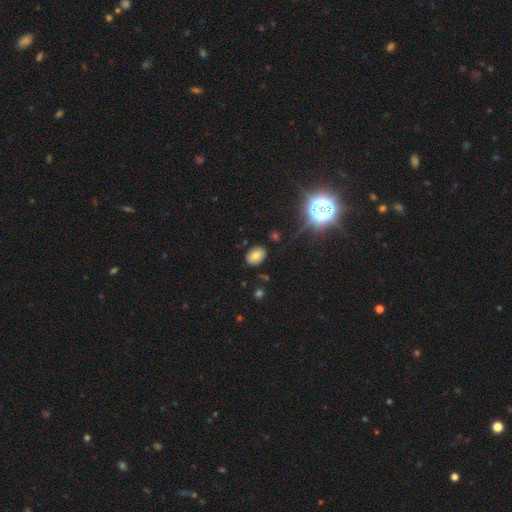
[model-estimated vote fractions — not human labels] A smooth galaxy with no disk features (71%) that is in between round and cigar-shaped (80%).

Vote fractions:
- Smooth or featured? smooth: 71% / star or artifact: 17% / featured or disk: 12%
- How rounded? in between: 80% / round: 19% / cigar-shaped: 1%
- Merging? none: 85% / minor disturbance: 11% / major disturbance: 3% / merger: 2%